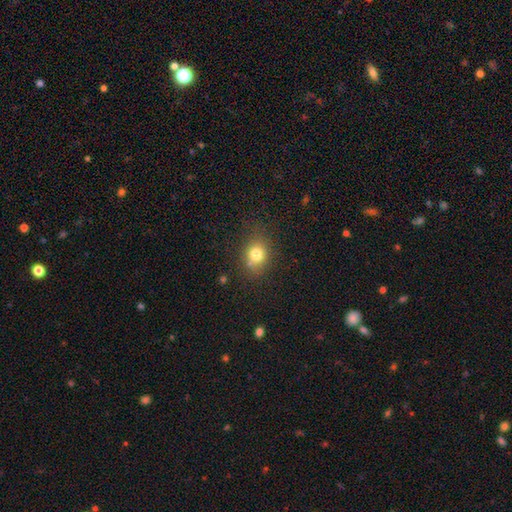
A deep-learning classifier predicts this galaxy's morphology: Smooth or featured? smooth (76%)
How rounded? round (61%)
Merging? none (75%)